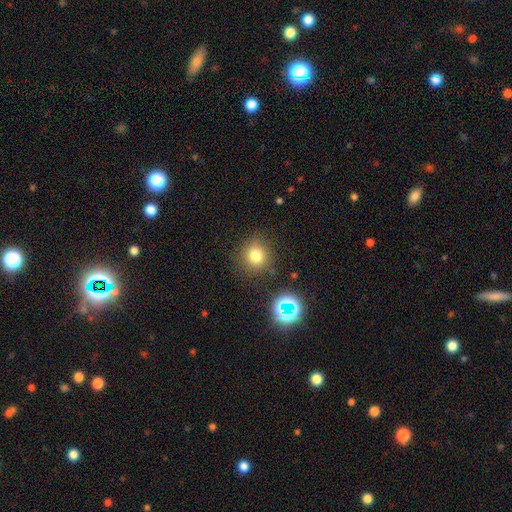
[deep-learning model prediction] smooth 76%, star or artifact 17%, featured or disk 7%. Down the decision tree: how rounded — round (90%); merging — none (84%).